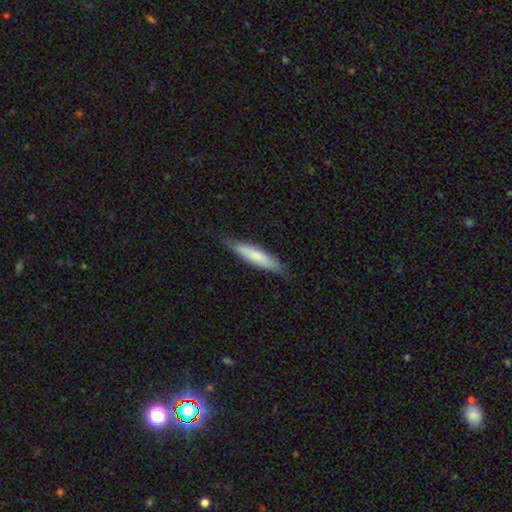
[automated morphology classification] Smooth or featured? smooth (73%)
How rounded? cigar-shaped (84%)
Merging? none (82%)